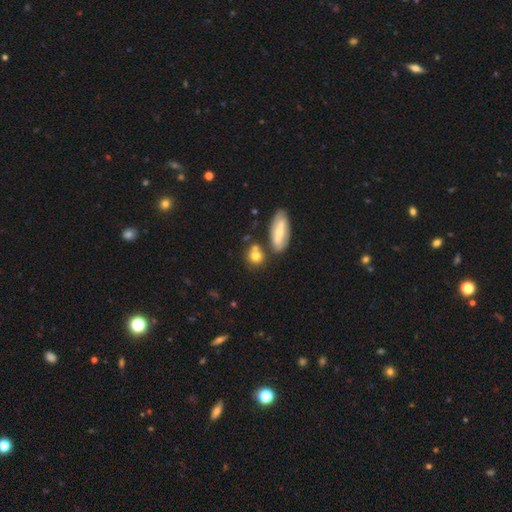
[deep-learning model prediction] The model was most divided on "merging": none: 63%, merger: 20%, minor disturbance: 13%, major disturbance: 4%. More confident: smooth or featured — smooth (75%); how rounded — round (70%).